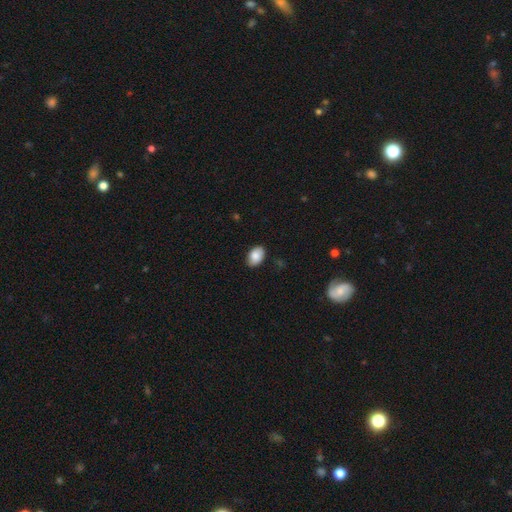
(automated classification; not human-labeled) This appears to be a smooth galaxy with no disk features (86%) that is in between round and cigar-shaped (88%). Merging: none (86%).